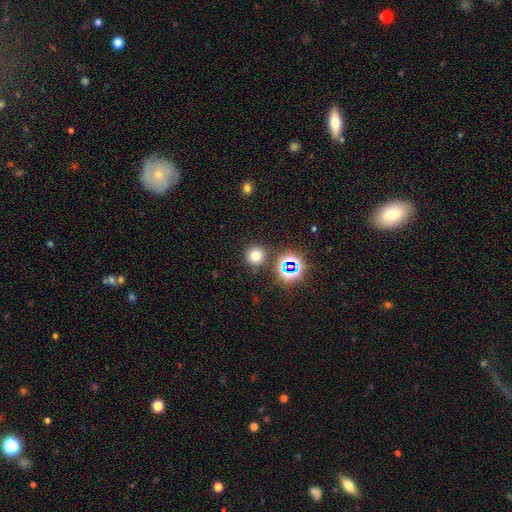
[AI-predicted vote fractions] Smooth or featured?
  - smooth: 69% *
  - star or artifact: 23%
  - featured or disk: 8%
How rounded?
  - round: 94% *
  - in between: 5%
  - cigar-shaped: 1%
Merging?
  - none: 86% *
  - minor disturbance: 7%
  - merger: 4%
  - major disturbance: 3%